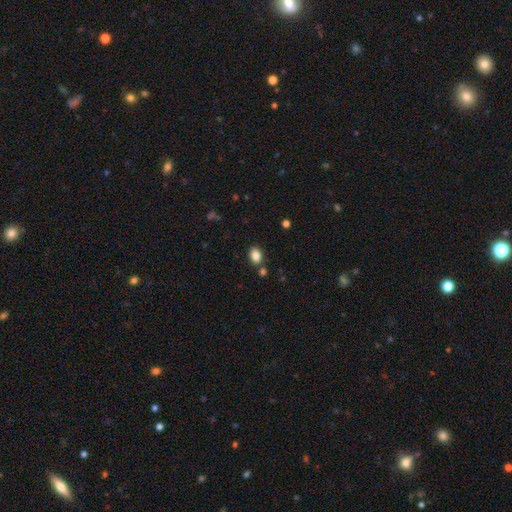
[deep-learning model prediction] Q: Smooth or featured?
A: smooth (86%); runner-up: star or artifact (9%)
Q: How rounded?
A: in between (79%); runner-up: round (20%)
Q: Merging?
A: none (79%); runner-up: minor disturbance (11%)